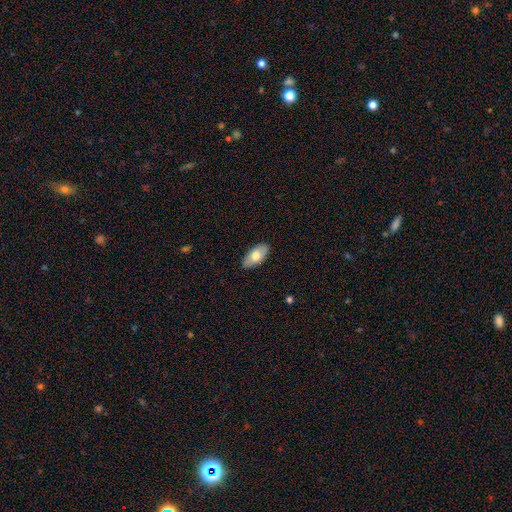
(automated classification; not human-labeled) Smooth or featured?
  - smooth: 68% *
  - featured or disk: 26%
  - star or artifact: 6%
How rounded?
  - in between: 93% *
  - cigar-shaped: 5%
  - round: 3%
Merging?
  - none: 87% *
  - minor disturbance: 10%
  - major disturbance: 2%
  - merger: 1%